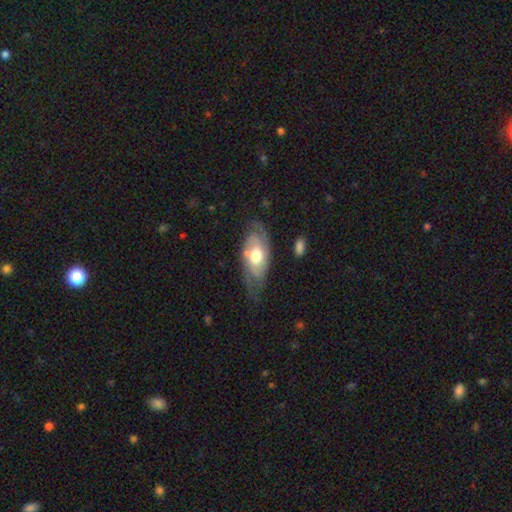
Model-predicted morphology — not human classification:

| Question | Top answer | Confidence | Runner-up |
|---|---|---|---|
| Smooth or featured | featured or disk | 68% | smooth (26%) |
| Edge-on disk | no | 89% | yes (11%) |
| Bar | no | 71% | weak (23%) |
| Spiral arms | yes | 83% | no (17%) |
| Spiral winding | tight | 45% | medium (38%) |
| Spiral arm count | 2 | 61% | can't tell (25%) |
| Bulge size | moderate | 70% | large (18%) |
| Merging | none | 59% | minor disturbance (25%) |